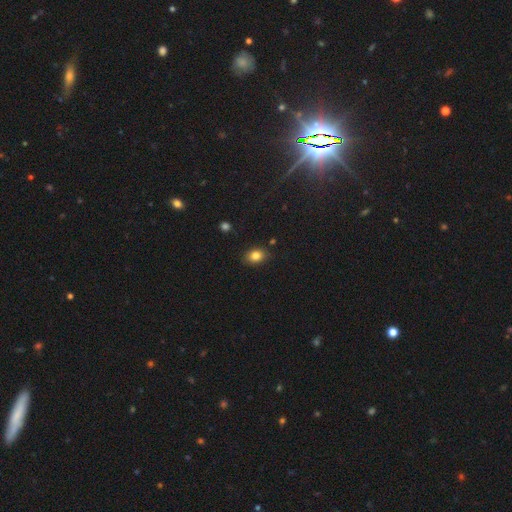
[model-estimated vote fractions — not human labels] A smooth galaxy with no disk features (83%) that is in between round and cigar-shaped (69%).

Vote fractions:
- Smooth or featured? smooth: 83% / star or artifact: 10% / featured or disk: 7%
- How rounded? in between: 69% / round: 29% / cigar-shaped: 1%
- Merging? none: 84% / minor disturbance: 12% / major disturbance: 2% / merger: 2%